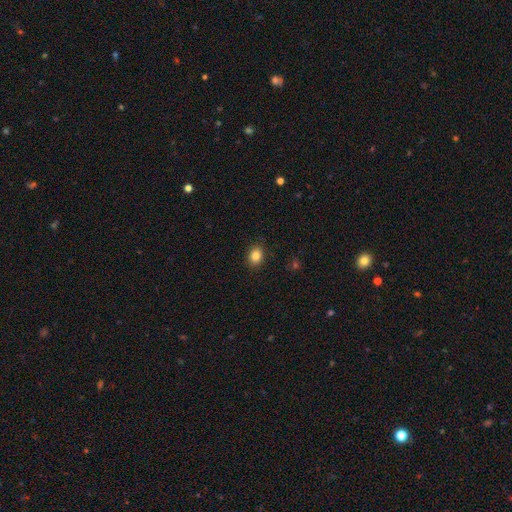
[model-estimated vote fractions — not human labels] A smooth galaxy with no disk features (85%) that is in between round and cigar-shaped (55%). Merging: none (89%).